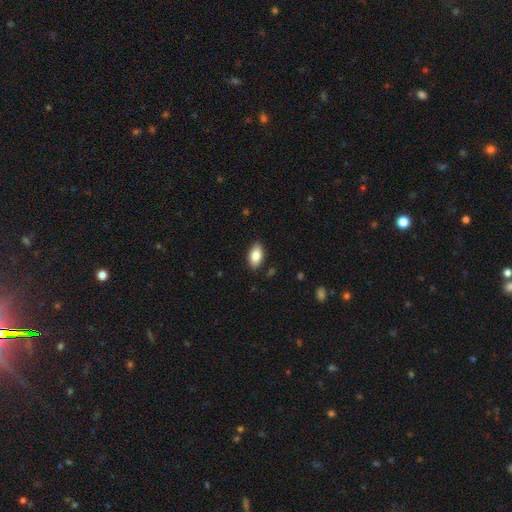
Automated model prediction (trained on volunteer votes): Overall: smooth (84%). How rounded: in between (92%). Merging: none (86%).